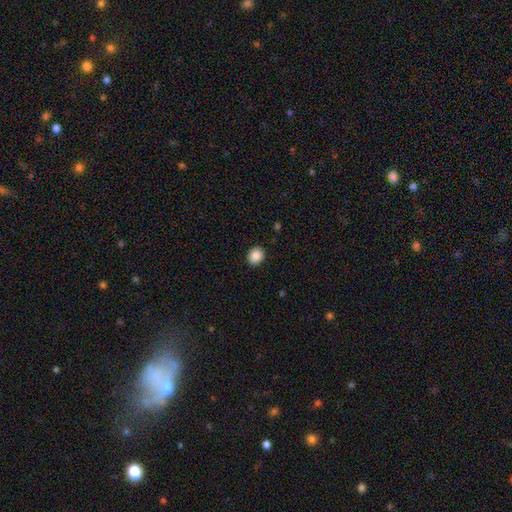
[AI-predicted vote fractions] This is clearly a smooth galaxy (88%). How rounded: likely round (73%). Merging: clearly none (91%).